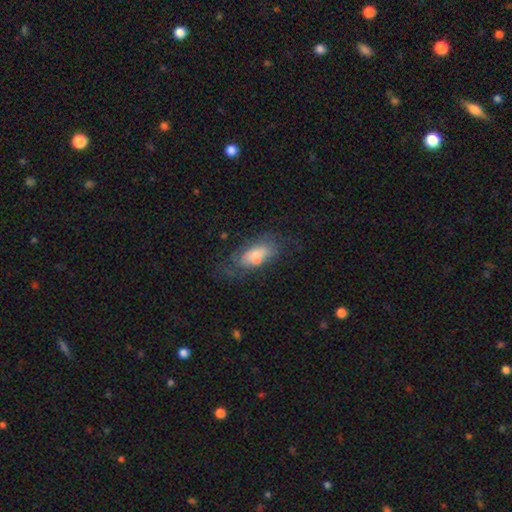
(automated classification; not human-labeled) Overall: smooth (51%; featured or disk 39%). How rounded: in between (85%). Merging: none (44%; minor disturbance 25%).